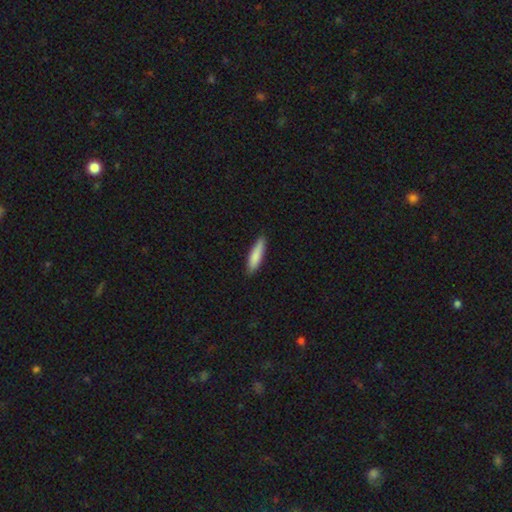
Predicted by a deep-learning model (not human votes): Smooth or featured? smooth (84%)
How rounded? cigar-shaped (77%)
Merging? none (87%)